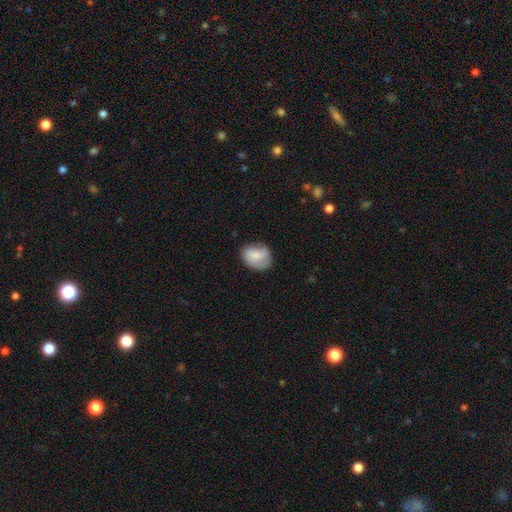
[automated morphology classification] smooth_or_featured: smooth (p=0.68) [alt: featured or disk p=0.24]
how_rounded: in between (p=0.58) [alt: round p=0.41]
merging: none (p=0.58) [alt: minor disturbance p=0.29]